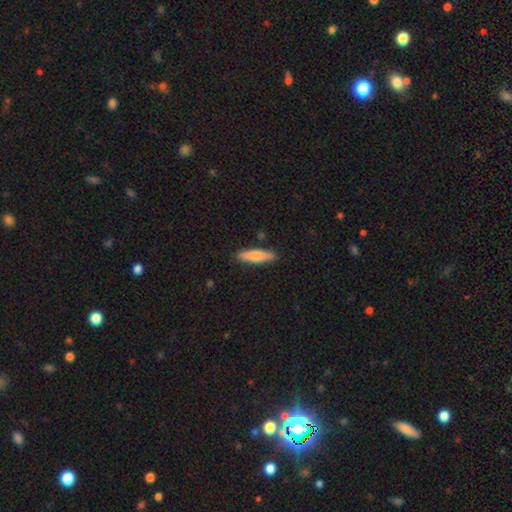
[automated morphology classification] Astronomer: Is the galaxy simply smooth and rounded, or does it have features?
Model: smooth — 71%.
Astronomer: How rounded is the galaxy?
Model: cigar-shaped — 74%.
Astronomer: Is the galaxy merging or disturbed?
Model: none — 87%.